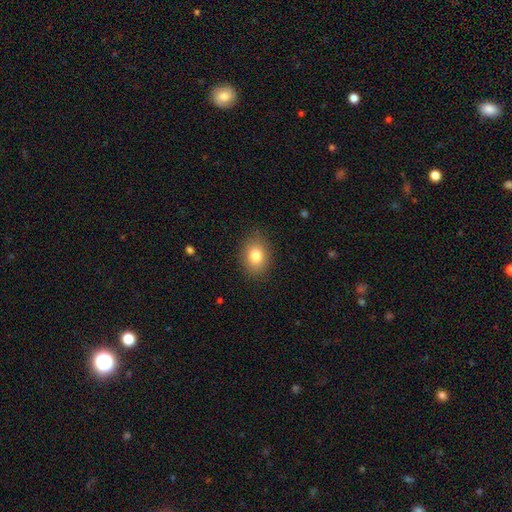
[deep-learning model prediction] smooth_or_featured: smooth (p=0.80) [alt: star or artifact p=0.10]
how_rounded: in between (p=0.58) [alt: round p=0.41]
merging: none (p=0.86) [alt: minor disturbance p=0.10]